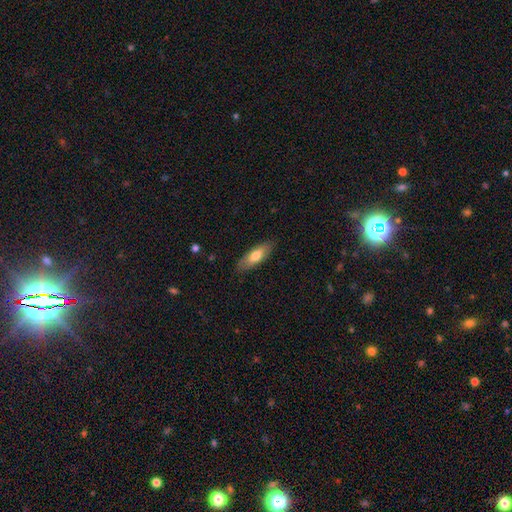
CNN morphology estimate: A smooth galaxy with no disk features (70%) that is in between round and cigar-shaped (64%).

Vote fractions:
- Smooth or featured? smooth: 70% / featured or disk: 24% / star or artifact: 6%
- How rounded? in between: 64% / cigar-shaped: 34% / round: 2%
- Merging? none: 85% / minor disturbance: 12% / major disturbance: 2% / merger: 1%